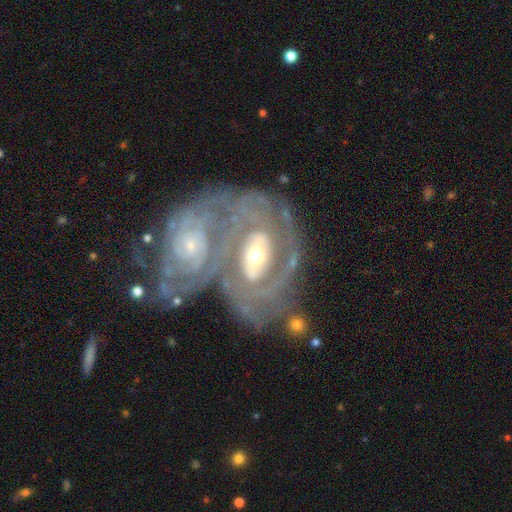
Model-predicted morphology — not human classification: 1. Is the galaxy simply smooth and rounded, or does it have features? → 86% featured or disk, 9% smooth, 5% star or artifact.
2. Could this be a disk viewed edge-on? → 96% no, 4% yes.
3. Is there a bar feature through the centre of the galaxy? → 49% no, 29% weak, 23% strong.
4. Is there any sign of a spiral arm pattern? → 91% yes, 9% no.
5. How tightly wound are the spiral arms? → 69% tight, 25% medium, 6% loose.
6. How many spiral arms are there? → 39% 2, 28% can't tell, 17% 3, 6% 4, 5% 1, 5% more than 4.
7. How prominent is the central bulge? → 46% moderate (tied), 46% small (tied), 5% large, 1% none, 1% dominant.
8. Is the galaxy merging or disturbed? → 60% merger, 23% none, 10% minor disturbance, 7% major disturbance.